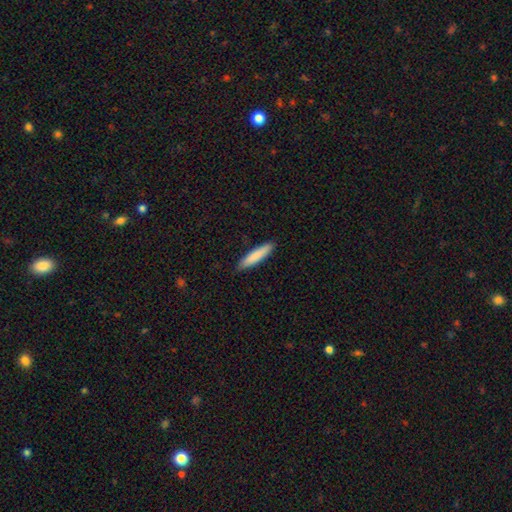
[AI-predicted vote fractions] Smooth or featured?
  - smooth: 84% *
  - featured or disk: 11%
  - star or artifact: 5%
How rounded?
  - cigar-shaped: 85% *
  - in between: 14%
  - round: 1%
Merging?
  - none: 88% *
  - minor disturbance: 9%
  - major disturbance: 2%
  - merger: 1%